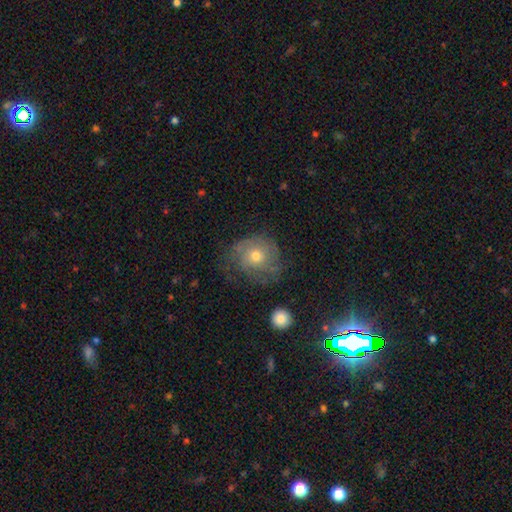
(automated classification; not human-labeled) The model was most divided on "bulge size": moderate: 60%, small: 35%, large: 3%, none: 1%, dominant: 1%. More confident: edge-on disk — no (97%); bar — no (84%); spiral arms — yes (82%); merging — none (61%); smooth or featured — featured or disk (59%).